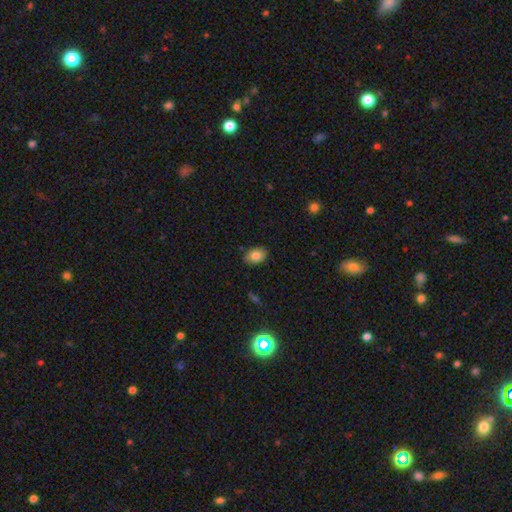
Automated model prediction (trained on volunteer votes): A smooth galaxy with no disk features (82%) that is in between round and cigar-shaped (84%). Merging: none (85%).